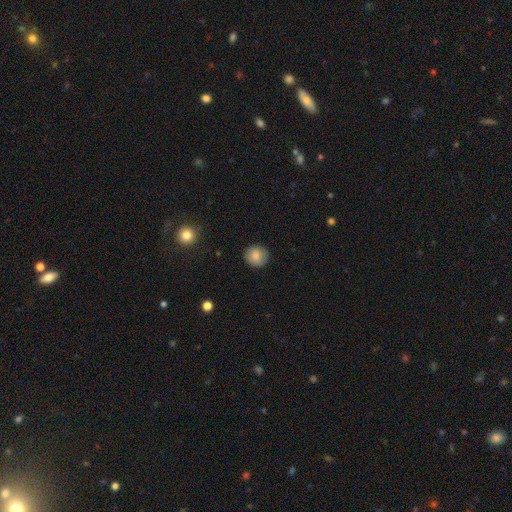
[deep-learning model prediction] This appears to be a smooth galaxy with no disk features (84%) that is round (91%). Merging: none (89%).